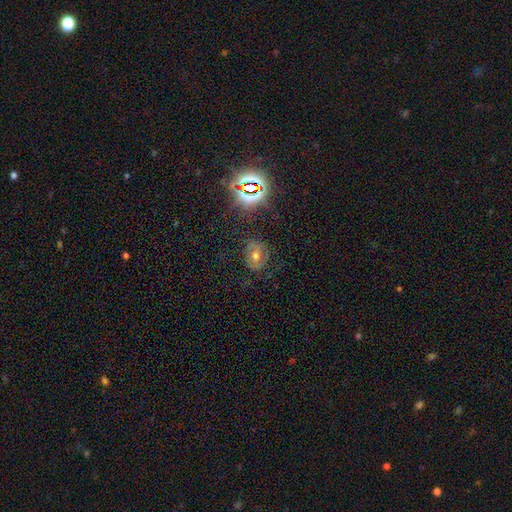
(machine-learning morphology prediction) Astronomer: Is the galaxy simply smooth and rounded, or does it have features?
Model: smooth — 39% (runner-up: featured or disk, 36%).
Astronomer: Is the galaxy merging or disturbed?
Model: none — 74%.